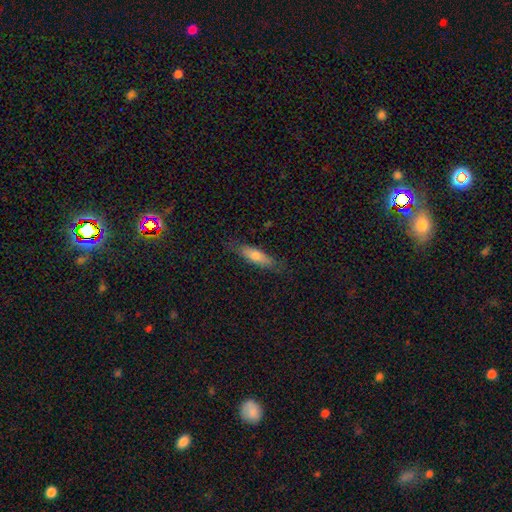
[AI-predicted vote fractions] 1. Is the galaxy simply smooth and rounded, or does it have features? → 66% smooth, 28% featured or disk, 6% star or artifact.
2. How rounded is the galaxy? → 56% cigar-shaped, 42% in between, 2% round.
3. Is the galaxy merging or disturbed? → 80% none, 16% minor disturbance, 3% major disturbance, 1% merger.